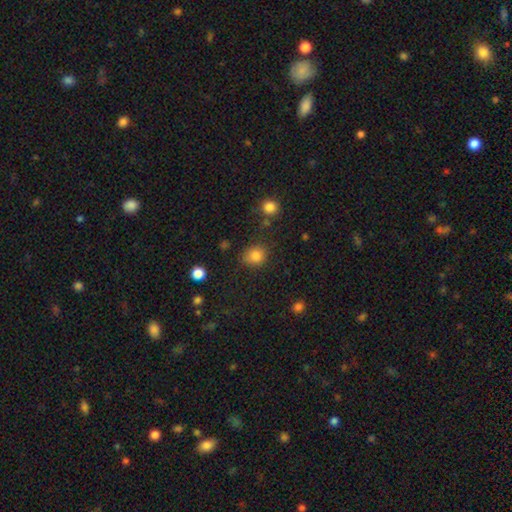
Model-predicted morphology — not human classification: This is clearly a smooth galaxy (82%). How rounded: likely round (73%). Merging: likely none (77%).